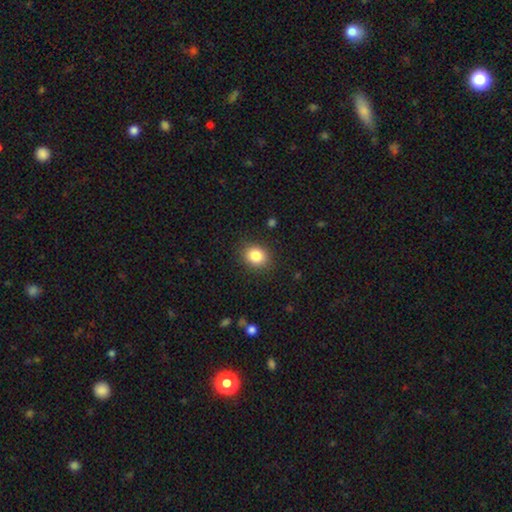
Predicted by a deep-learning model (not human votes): A smooth galaxy with no disk features (85%) that is round (55%). Merging: none (87%).